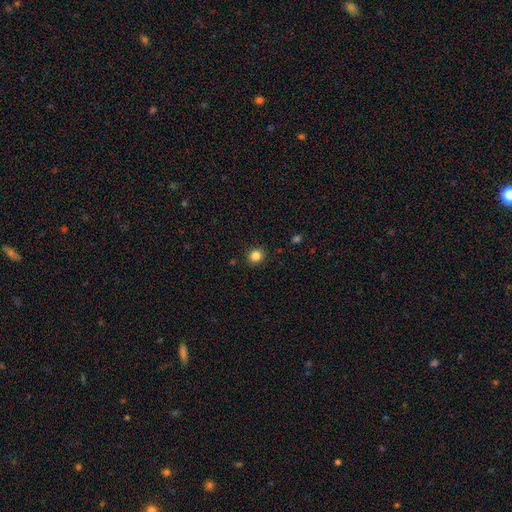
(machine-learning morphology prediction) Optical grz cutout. It shows a smooth galaxy with no disk features (84%) that is round (87%). Merging: none (90%).